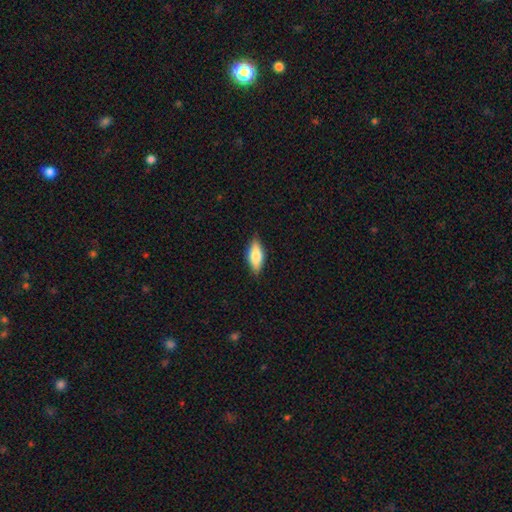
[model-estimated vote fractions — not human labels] Q: Smooth or featured?
A: smooth (74%); runner-up: featured or disk (20%)
Q: How rounded?
A: in between (78%); runner-up: cigar-shaped (20%)
Q: Merging?
A: none (85%); runner-up: minor disturbance (12%)